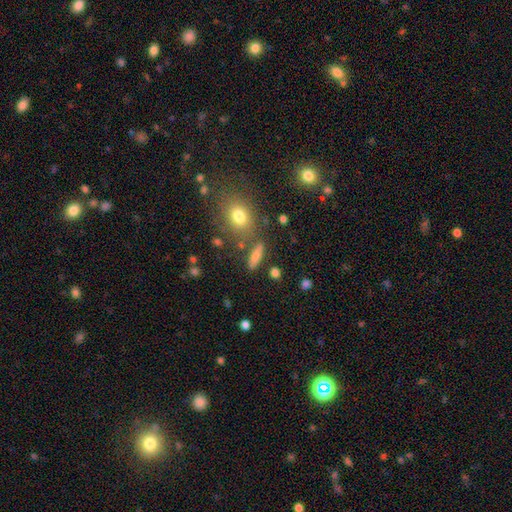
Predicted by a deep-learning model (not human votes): Overall: smooth (71%). How rounded: cigar-shaped (60%; in between 31%). Merging: none (76%).